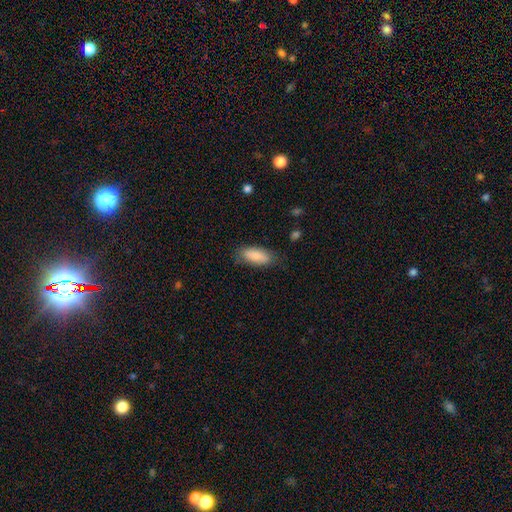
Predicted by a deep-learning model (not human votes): A smooth galaxy with no disk features (84%) that is in between round and cigar-shaped (81%). Merging: none (74%).